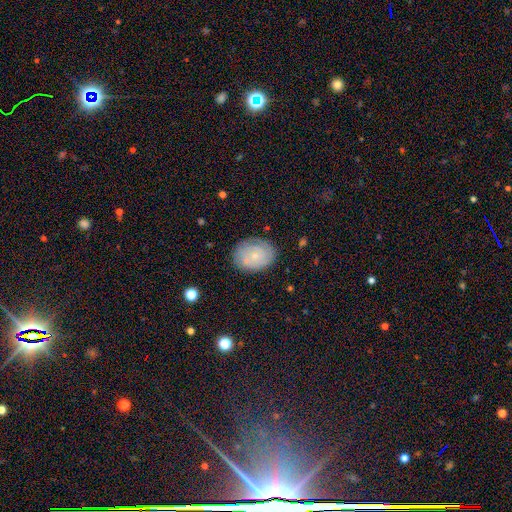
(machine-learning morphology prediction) A featured or disk galaxy (53%) with no bar (83%), spiral arms (77%) and a small central bulge (76%). Merging: none (76%).